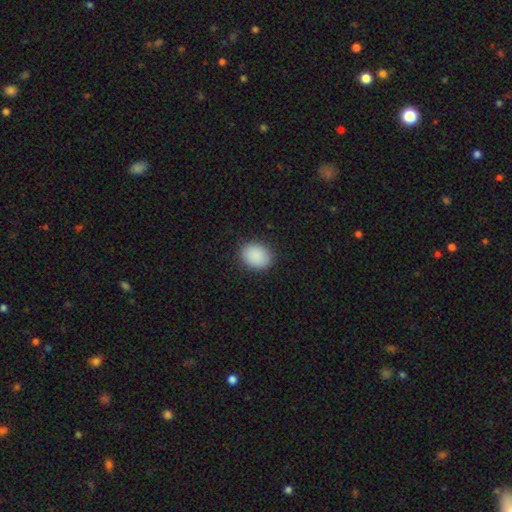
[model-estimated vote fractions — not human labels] Smooth or featured? Predicted: smooth (p=0.90). How rounded? Predicted: in between (p=0.55). Merging? Predicted: none (p=0.87).